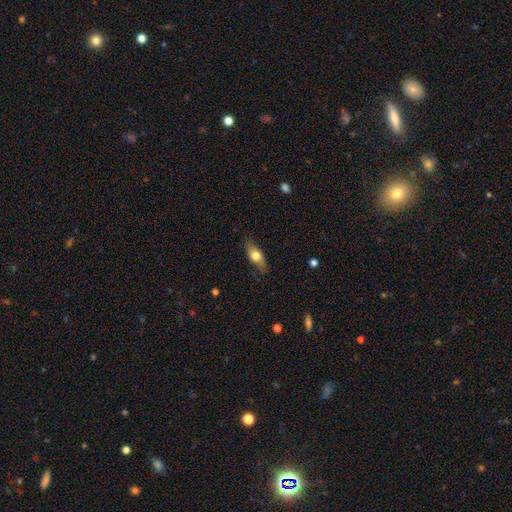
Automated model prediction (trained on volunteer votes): Q: Smooth or featured?
A: smooth (65%); runner-up: featured or disk (28%)
Q: How rounded?
A: in between (71%); runner-up: cigar-shaped (24%)
Q: Merging?
A: none (82%); runner-up: minor disturbance (14%)